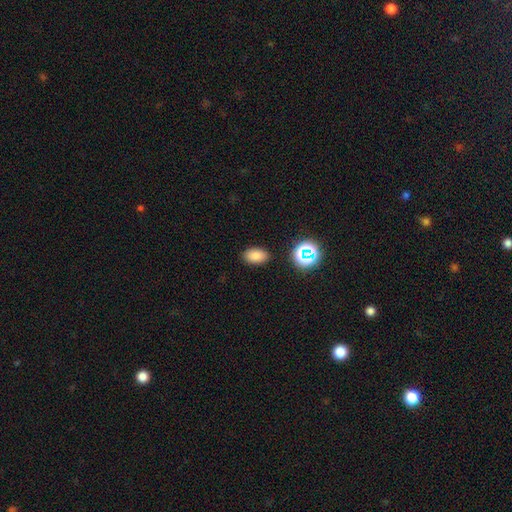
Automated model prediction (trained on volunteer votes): Smooth or featured? Predicted: smooth (p=0.80). How rounded? Predicted: in between (p=0.89). Merging? Predicted: none (p=0.87).